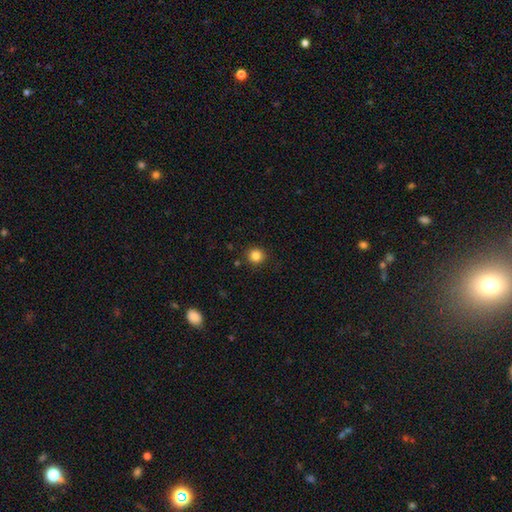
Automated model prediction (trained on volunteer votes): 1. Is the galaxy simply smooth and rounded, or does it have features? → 84% smooth, 12% star or artifact, 4% featured or disk.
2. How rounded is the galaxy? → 94% round, 5% in between, 1% cigar-shaped.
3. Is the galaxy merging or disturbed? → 90% none, 6% minor disturbance, 2% major disturbance, 2% merger.